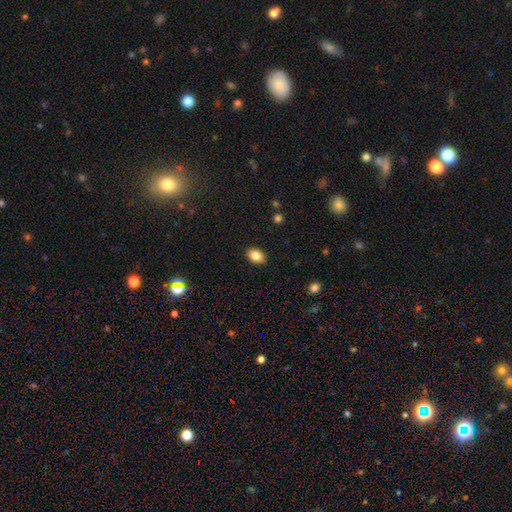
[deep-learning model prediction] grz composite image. It shows a smooth galaxy with no disk features (86%) that is in between round and cigar-shaped (84%). Merging: none (88%).